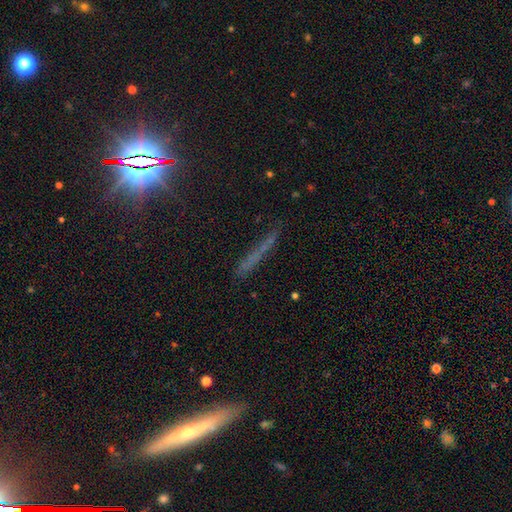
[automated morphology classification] Smooth or featured?
  - star or artifact: 36% *
  - smooth: 35%
  - featured or disk: 29%